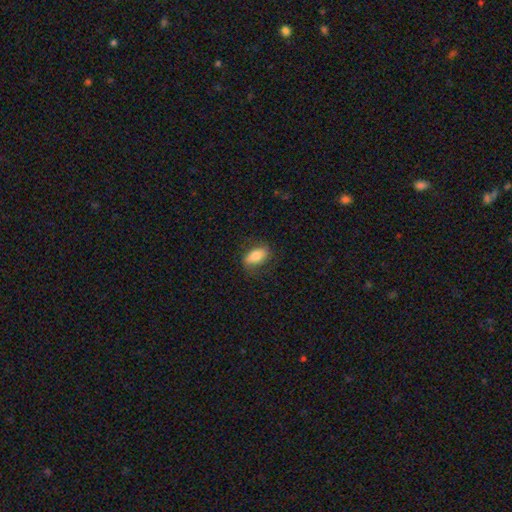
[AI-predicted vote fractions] smooth-or-featured: smooth: 76% | featured or disk: 17% | star or artifact: 7%
  how-rounded: in between: 87% | cigar-shaped: 7% | round: 6%
  merging: none: 76% | minor disturbance: 17% | major disturbance: 6% | merger: 1%